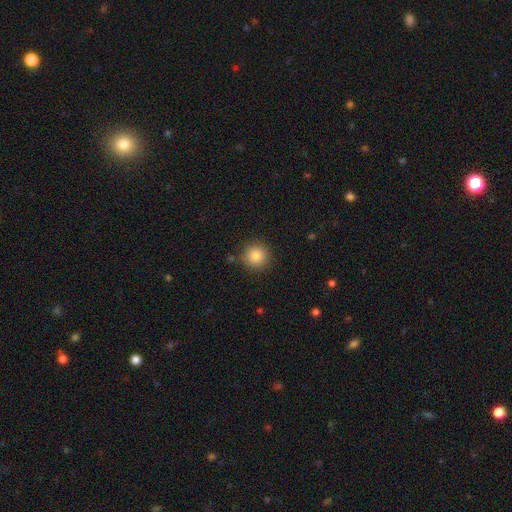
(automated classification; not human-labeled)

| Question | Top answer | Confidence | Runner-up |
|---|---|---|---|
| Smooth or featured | smooth | 84% | star or artifact (10%) |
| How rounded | round | 94% | in between (5%) |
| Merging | none | 87% | minor disturbance (8%) |